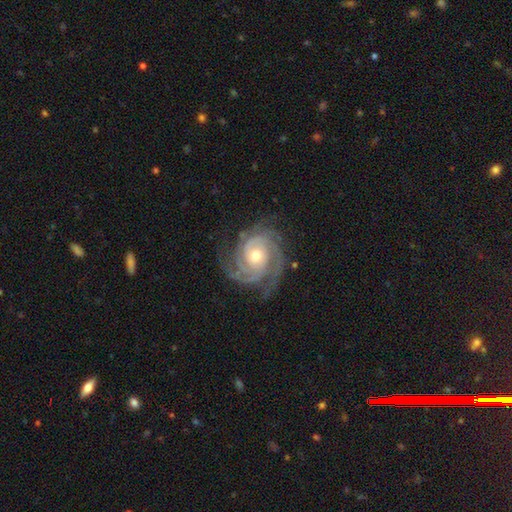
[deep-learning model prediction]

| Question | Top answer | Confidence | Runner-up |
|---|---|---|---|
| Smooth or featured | featured or disk | 92% | star or artifact (4%) |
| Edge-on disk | no | 98% | yes (2%) |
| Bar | no | 73% | weak (21%) |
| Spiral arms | yes | 99% | no (1%) |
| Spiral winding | tight | 71% | medium (25%) |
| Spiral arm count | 3 | 40% | 4 (23%) |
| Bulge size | moderate | 65% | small (28%) |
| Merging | none | 76% | minor disturbance (16%) |